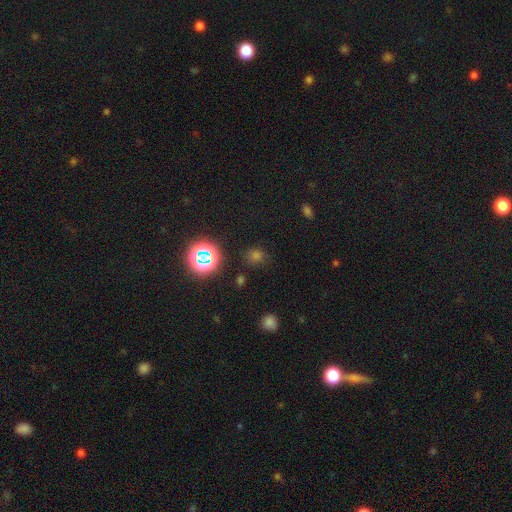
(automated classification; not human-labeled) A smooth galaxy with no disk features (54%) that is round (85%). Merging: none (83%).